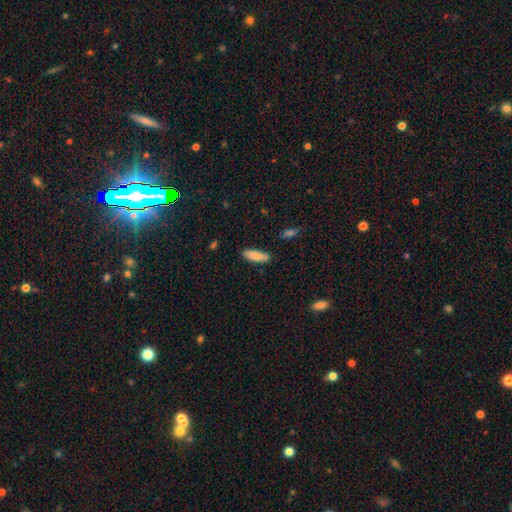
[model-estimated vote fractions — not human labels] Morphology: type=smooth (84%); roundness=in between (66%); merging=none (83%).